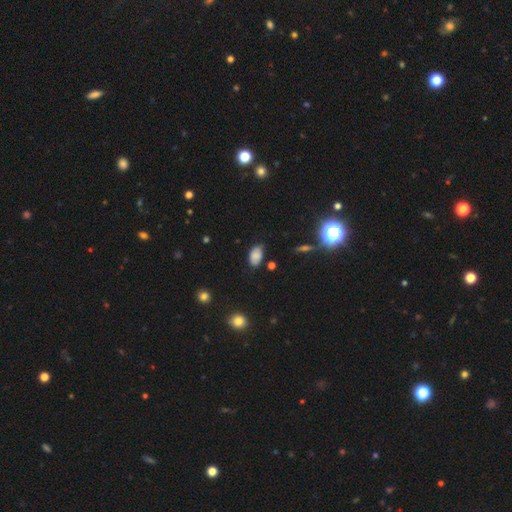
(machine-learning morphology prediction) This is likely a smooth galaxy (77%). How rounded: clearly in between (92%). Merging: likely none (73%).